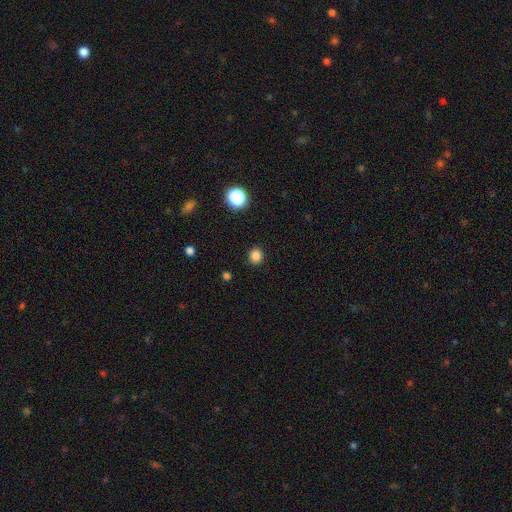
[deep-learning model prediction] smooth-or-featured: smooth: 84% | star or artifact: 13% | featured or disk: 3%
  how-rounded: round: 84% | in between: 15% | cigar-shaped: 1%
  merging: none: 91% | minor disturbance: 6% | major disturbance: 2% | merger: 1%